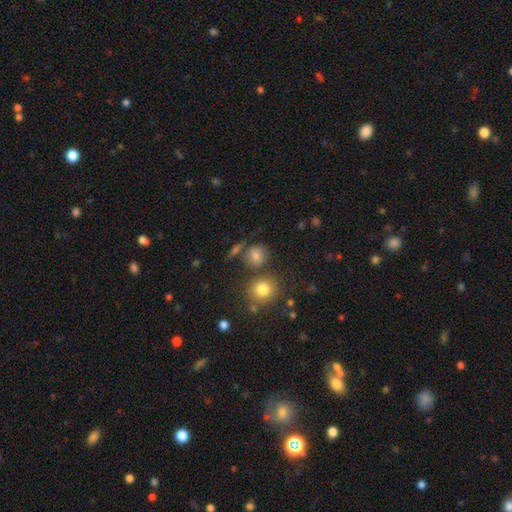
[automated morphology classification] smooth_or_featured: smooth (p=0.77) [alt: star or artifact p=0.13]
how_rounded: round (p=0.79) [alt: in between p=0.20]
merging: none (p=0.70) [alt: merger p=0.13]